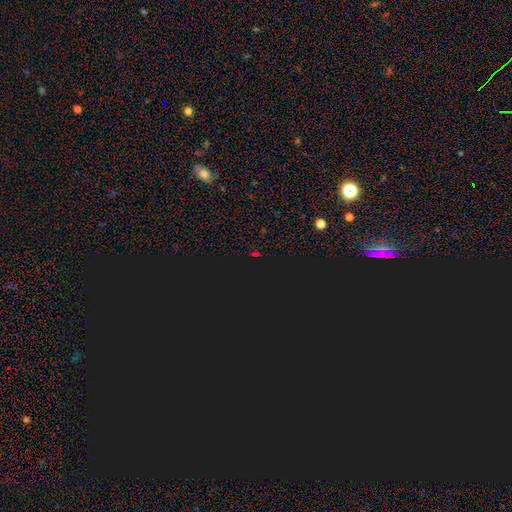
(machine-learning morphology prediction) smooth_or_featured: star or artifact (p=0.74) [alt: smooth p=0.18]